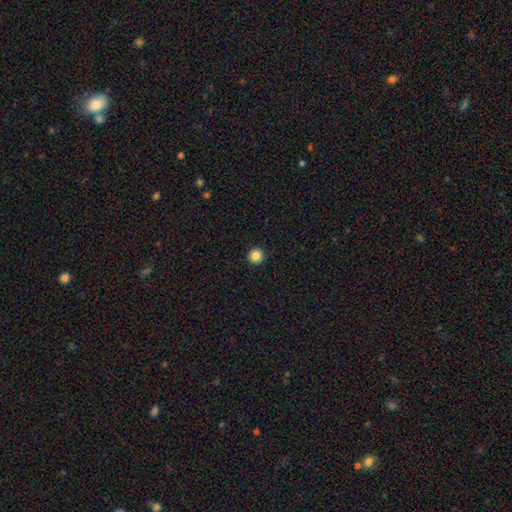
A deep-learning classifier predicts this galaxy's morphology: A smooth galaxy with no disk features (85%) that is round (96%). Merging: none (93%).